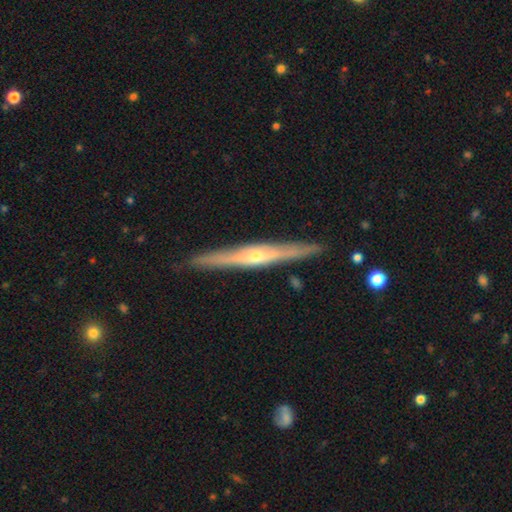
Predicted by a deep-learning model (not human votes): Smooth or featured? Predicted: featured or disk (p=0.79). Edge-on disk? Predicted: yes (p=0.97). Edge-on bulge? Predicted: rounded (p=0.81). Merging? Predicted: none (p=0.90).